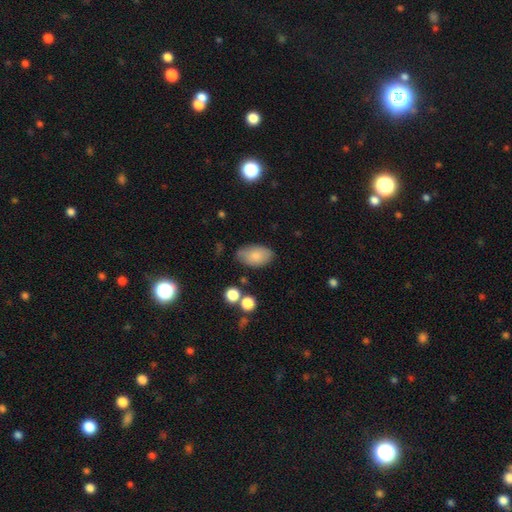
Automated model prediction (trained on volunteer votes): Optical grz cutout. It shows a smooth galaxy with no disk features (81%) that is in between round and cigar-shaped (93%). Merging: none (73%).